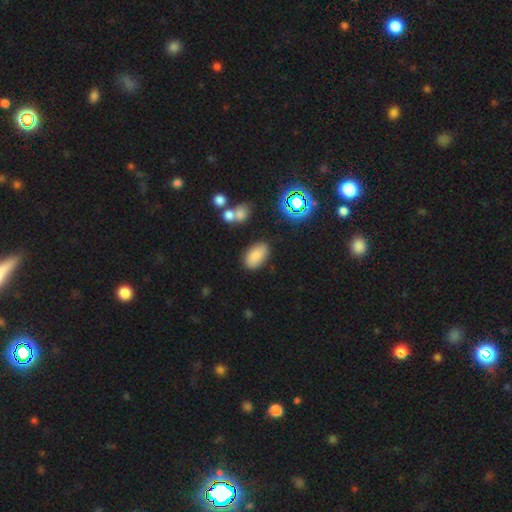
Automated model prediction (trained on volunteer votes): Morphology: type=smooth (80%); roundness=in between (92%); merging=none (80%).